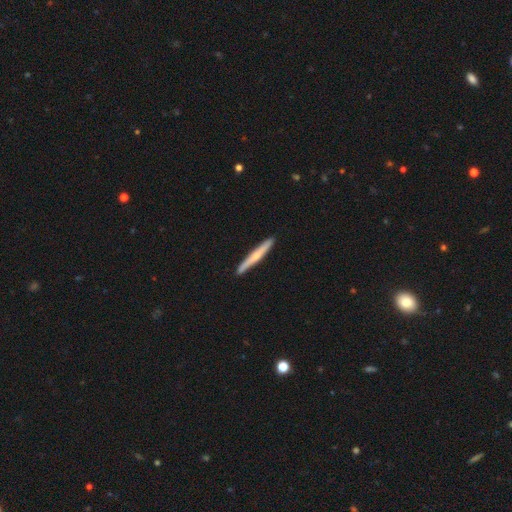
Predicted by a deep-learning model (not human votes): smooth-or-featured: smooth: 49% | featured or disk: 46% | star or artifact: 5%
  merging: none: 91% | minor disturbance: 6% | major disturbance: 1% | merger: 1%